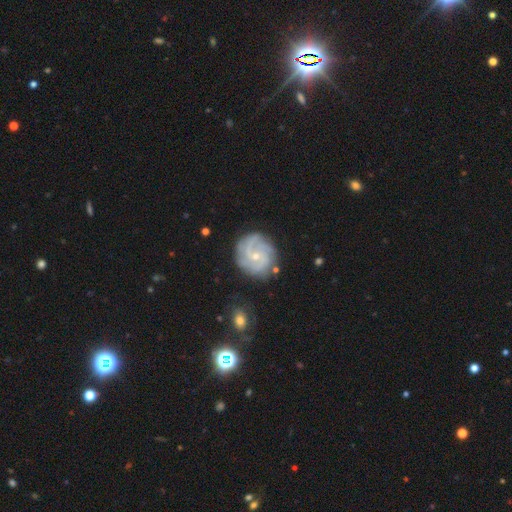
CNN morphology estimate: featured or disk 84%, smooth 10%, star or artifact 6%. Down the decision tree: edge-on disk — no (98%); bar — no (66%); spiral arms — yes (96%); spiral arm count — 3 (38%); spiral winding — tight (56%); bulge size — small (73%); merging — none (78%).